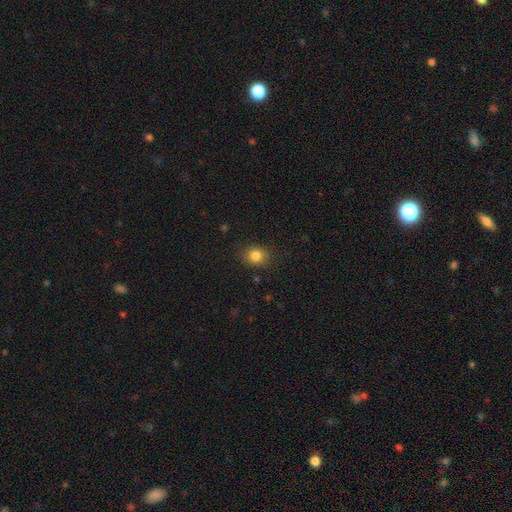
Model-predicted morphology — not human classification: A smooth galaxy with no disk features (83%) that is round (63%). Merging: none (85%).